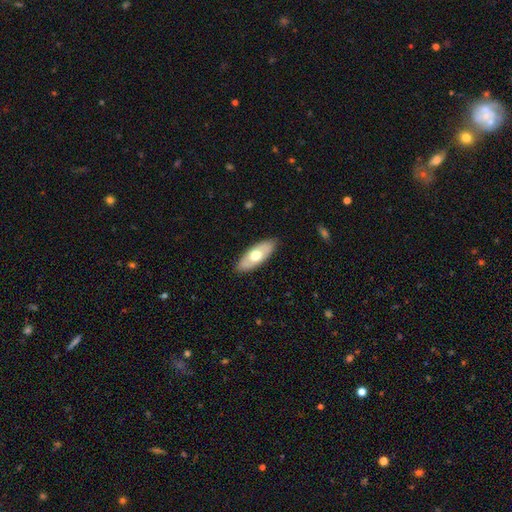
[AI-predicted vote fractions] Q: Smooth or featured?
A: smooth (59%); runner-up: featured or disk (36%)
Q: How rounded?
A: in between (81%); runner-up: cigar-shaped (17%)
Q: Merging?
A: none (86%); runner-up: minor disturbance (11%)